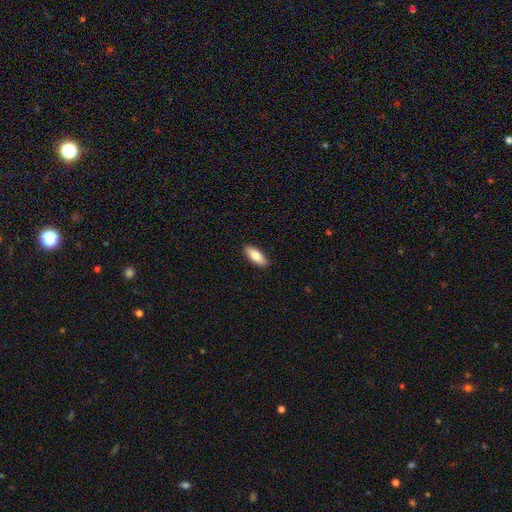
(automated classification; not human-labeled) Smooth or featured: smooth — 81% (featured or disk — 13%)
How rounded: in between — 75% (cigar-shaped — 23%)
Merging: none — 90% (minor disturbance — 7%)